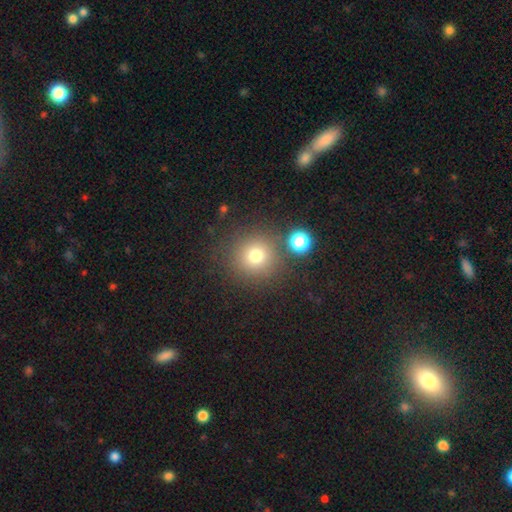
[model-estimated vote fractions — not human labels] Smooth or featured? Predicted: smooth (p=0.74). How rounded? Predicted: round (p=0.93). Merging? Predicted: none (p=0.80).